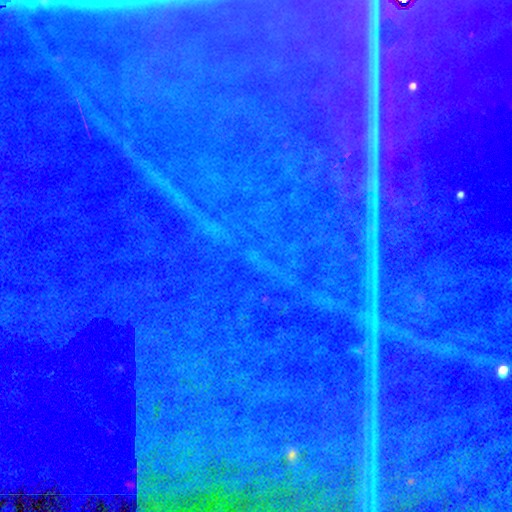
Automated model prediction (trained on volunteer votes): Smooth or featured? Predicted: star or artifact (p=0.88).